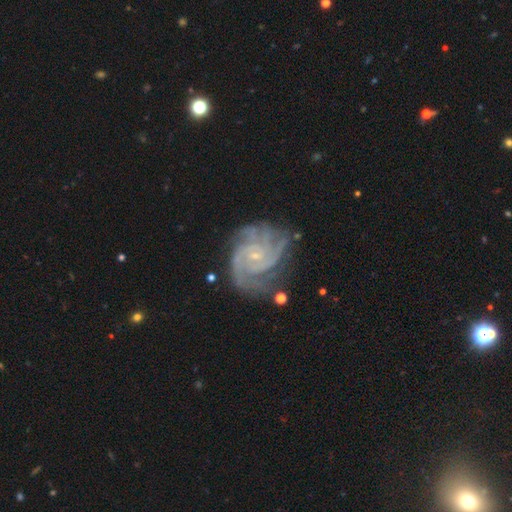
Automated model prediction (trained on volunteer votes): A featured or disk galaxy (90%) with no bar (71%), 4 (29%) tight (63%) spiral arms (98%) and a small central bulge (84%). Merging: none (68%).